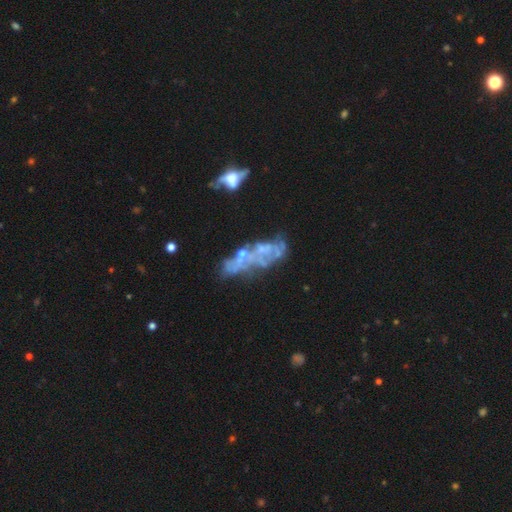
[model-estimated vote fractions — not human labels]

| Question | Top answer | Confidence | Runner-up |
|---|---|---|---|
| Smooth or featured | featured or disk | 62% | smooth (21%) |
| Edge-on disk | no | 81% | yes (19%) |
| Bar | no | 83% | weak (12%) |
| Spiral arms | no | 75% | yes (25%) |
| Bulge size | none | 50% | small (33%) |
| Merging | none | 38% | merger (27%) |